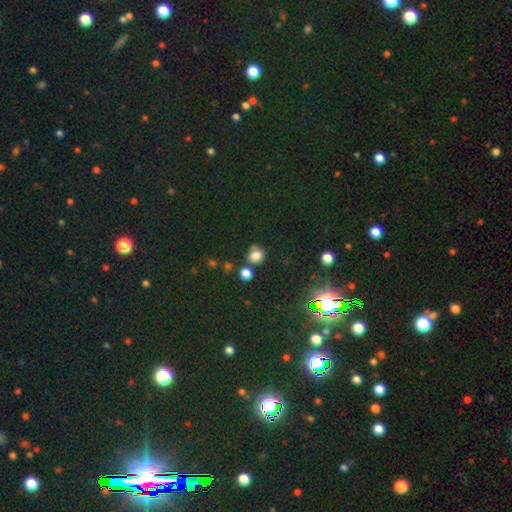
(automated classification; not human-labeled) Overall: smooth (77%). How rounded: round (82%). Merging: none (65%).